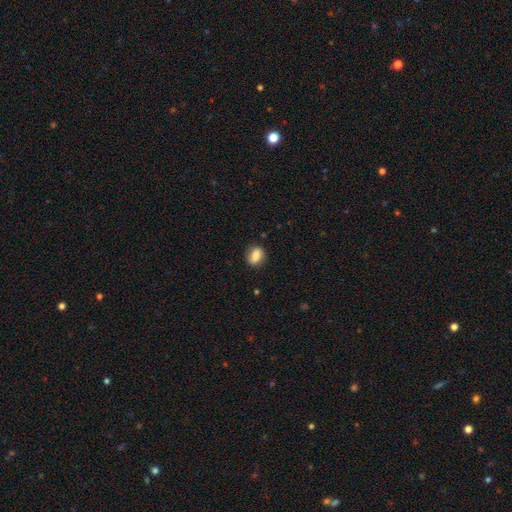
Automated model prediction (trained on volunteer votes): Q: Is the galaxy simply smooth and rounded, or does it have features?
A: smooth — 81%.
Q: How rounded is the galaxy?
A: in between — 63%.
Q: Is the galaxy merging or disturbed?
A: none — 80%.